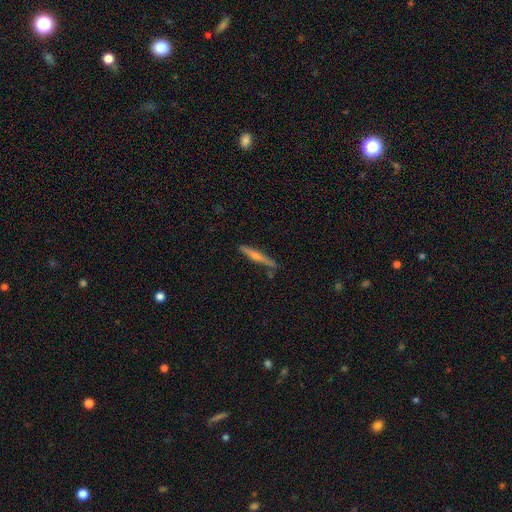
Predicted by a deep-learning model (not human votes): Smooth or featured?
  - featured or disk: 59% *
  - smooth: 34%
  - star or artifact: 7%
Edge-on disk?
  - yes: 96% *
  - no: 4%
Edge-on bulge?
  - rounded: 75% *
  - none: 19%
  - boxy: 6%
Merging?
  - none: 79% *
  - minor disturbance: 14%
  - merger: 4%
  - major disturbance: 3%